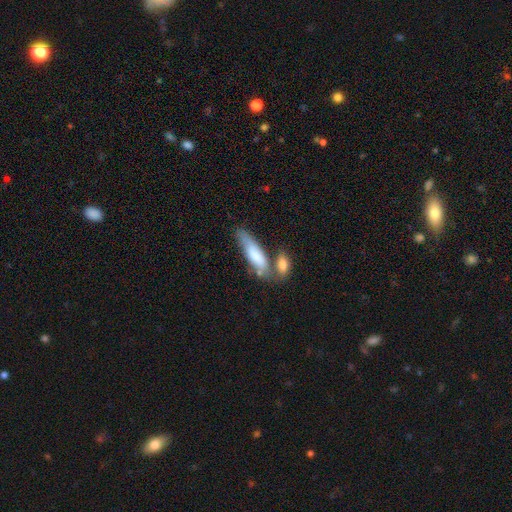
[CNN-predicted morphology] smooth_or_featured: smooth (p=0.75) [alt: featured or disk p=0.19]
how_rounded: cigar-shaped (p=0.52) [alt: in between p=0.46]
merging: none (p=0.38) [alt: merger p=0.35]